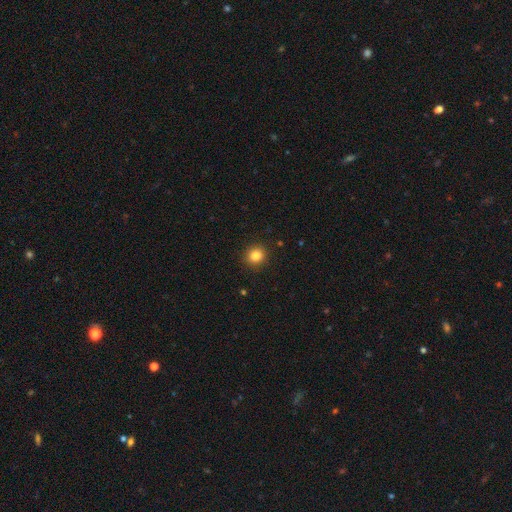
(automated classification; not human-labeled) Smooth or featured: smooth — 84% (star or artifact — 11%)
How rounded: round — 85% (in between — 14%)
Merging: none — 91% (minor disturbance — 6%)